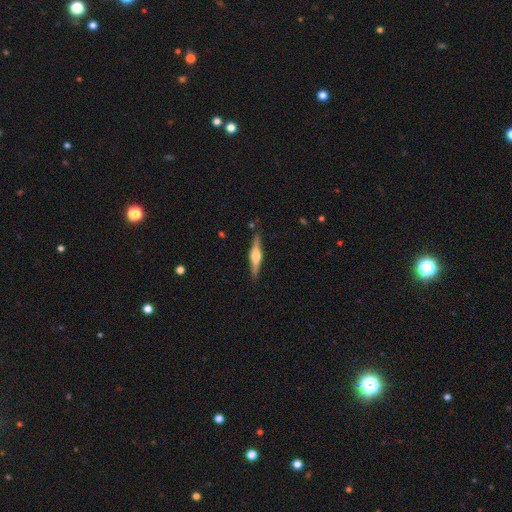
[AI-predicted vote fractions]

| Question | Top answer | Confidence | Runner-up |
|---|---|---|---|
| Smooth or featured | featured or disk | 64% | smooth (30%) |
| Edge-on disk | yes | 97% | no (3%) |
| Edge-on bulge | rounded | 90% | boxy (7%) |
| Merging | none | 87% | minor disturbance (10%) |